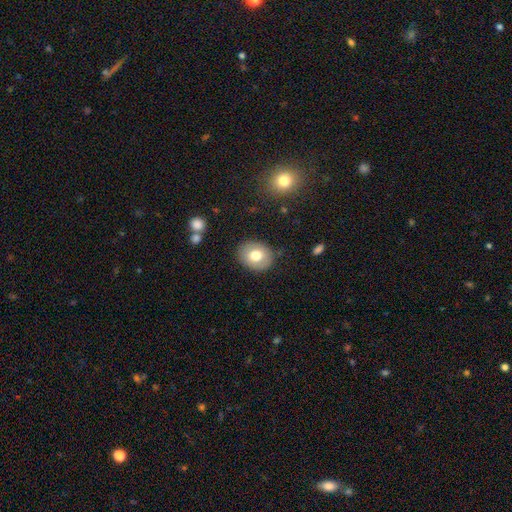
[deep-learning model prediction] Smooth or featured? smooth (72%)
How rounded? round (57%)
Merging? none (86%)